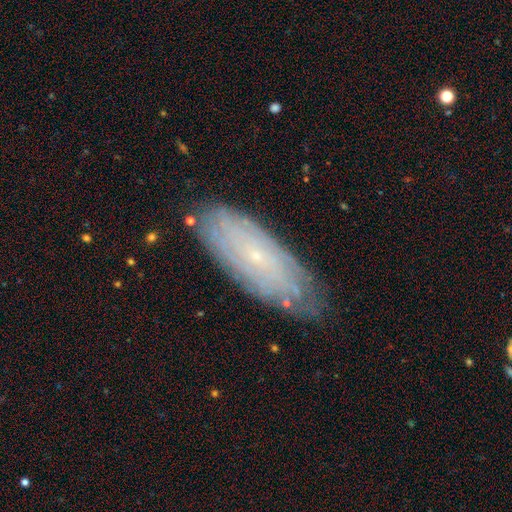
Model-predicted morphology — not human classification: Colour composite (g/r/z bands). It shows a featured or disk galaxy (63%) with no bar (79%), spiral arms (81%) and a small central bulge (88%). Merging: none (80%).